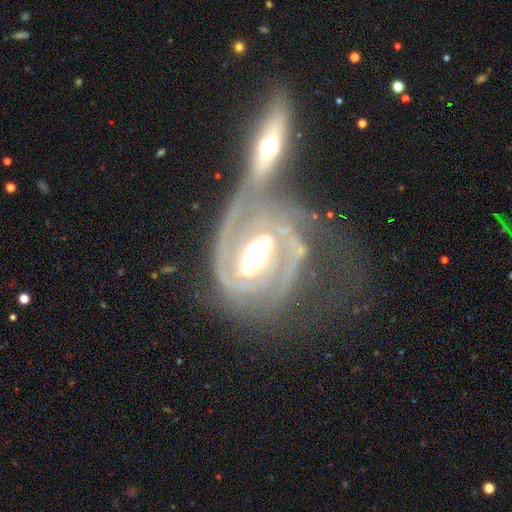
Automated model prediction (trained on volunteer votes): A featured or disk galaxy (88%) with a strong bar (45%), 2 (63%) tight (53%) spiral arms (92%) and a moderate central bulge (52%).

Vote fractions:
- Smooth or featured? featured or disk: 88% / smooth: 7% / star or artifact: 5%
- Edge-on disk? no: 96% / yes: 4%
- Bar? strong: 45% / weak: 32% / no: 23%
- Spiral arms? yes: 92% / no: 8%
- Spiral winding? tight: 53% / medium: 35% / loose: 12%
- Spiral arm count? 2: 63% / can't tell: 16% / 1: 9% / 3: 7% / 4: 3% / more than 4: 3%
- Bulge size? moderate: 52% / large: 36% / small: 6% / dominant: 4% / none: 2%
- Merging? merger: 56% / none: 19% / major disturbance: 14% / minor disturbance: 10%